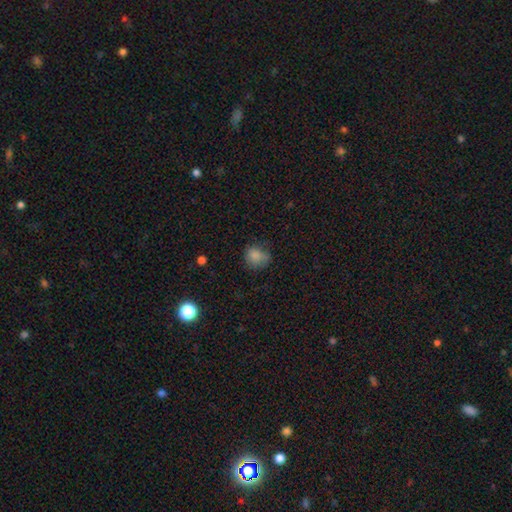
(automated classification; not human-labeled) Q: Smooth or featured?
A: smooth (83%); runner-up: star or artifact (11%)
Q: How rounded?
A: round (74%); runner-up: in between (25%)
Q: Merging?
A: none (67%); runner-up: minor disturbance (24%)